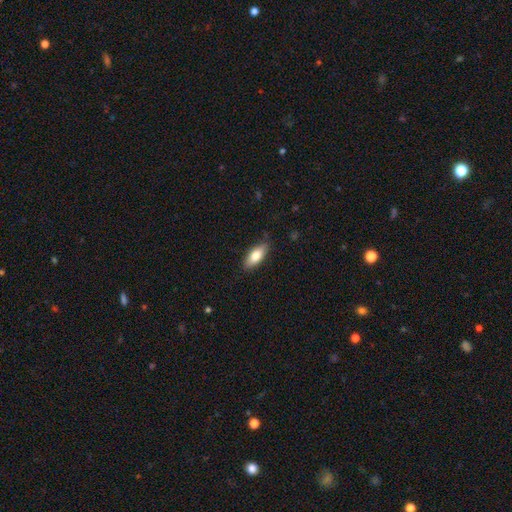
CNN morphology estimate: smooth-or-featured: smooth: 78% | featured or disk: 16% | star or artifact: 6%
  how-rounded: in between: 79% | cigar-shaped: 18% | round: 2%
  merging: none: 84% | minor disturbance: 12% | major disturbance: 2% | merger: 1%